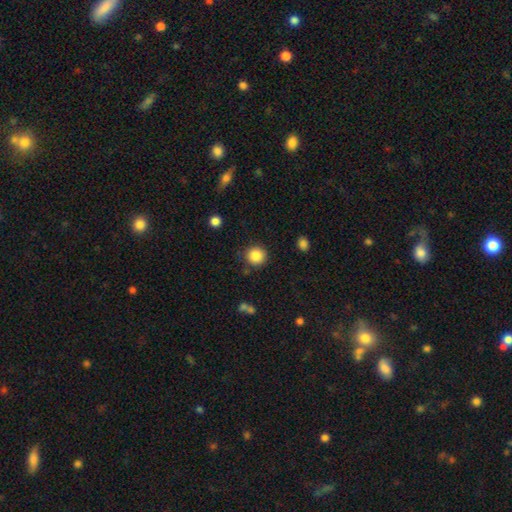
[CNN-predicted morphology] Smooth or featured: smooth — 87% (star or artifact — 9%)
How rounded: round — 93% (in between — 6%)
Merging: none — 86% (minor disturbance — 8%)